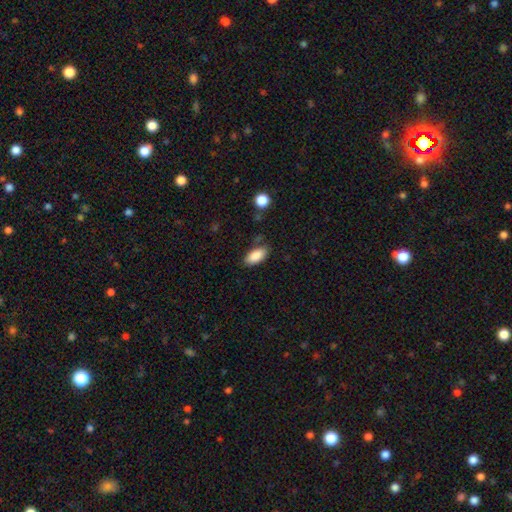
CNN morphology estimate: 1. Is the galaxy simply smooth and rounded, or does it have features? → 87% smooth, 7% star or artifact, 5% featured or disk.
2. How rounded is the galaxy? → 91% in between, 6% cigar-shaped, 3% round.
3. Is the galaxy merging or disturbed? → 78% none, 16% minor disturbance, 4% major disturbance, 3% merger.